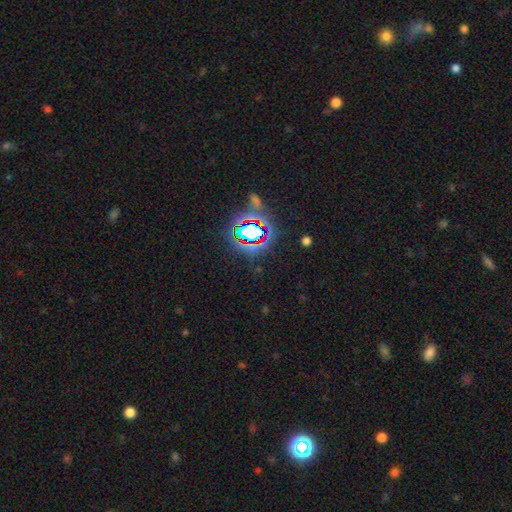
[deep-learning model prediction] Smooth or featured? Predicted: star or artifact (p=0.77).